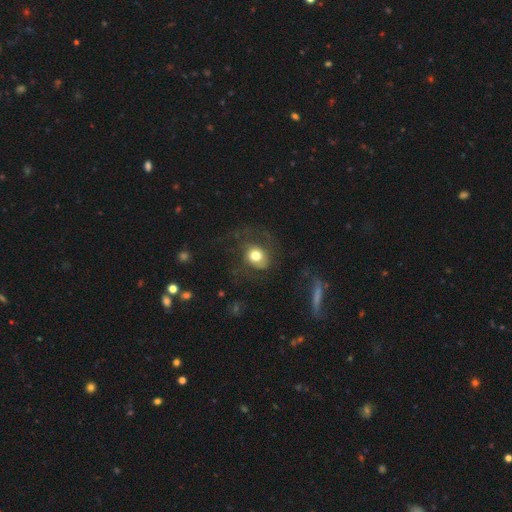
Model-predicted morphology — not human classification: smooth 58%, featured or disk 32%, star or artifact 9%. Down the decision tree: how rounded — round (62%); merging — none (52%).